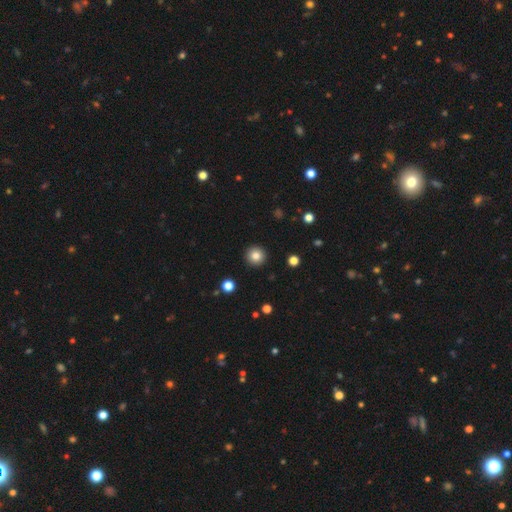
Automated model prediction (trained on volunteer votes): Overall: smooth (83%). How rounded: round (96%). Merging: none (93%).